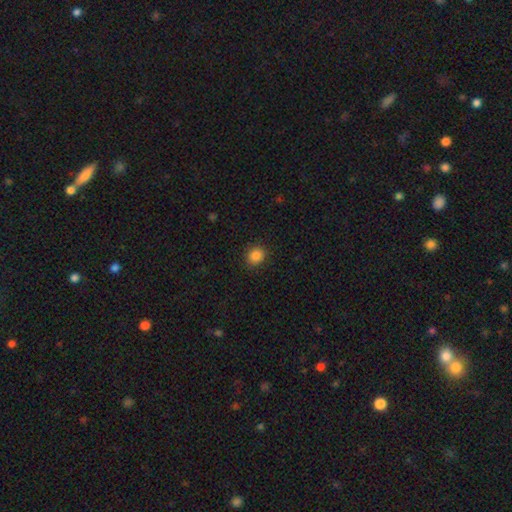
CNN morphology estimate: A smooth galaxy with no disk features (86%) that is round (71%).

Vote fractions:
- Smooth or featured? smooth: 86% / star or artifact: 11% / featured or disk: 4%
- How rounded? round: 71% / in between: 28% / cigar-shaped: 1%
- Merging? none: 90% / minor disturbance: 7% / major disturbance: 2% / merger: 1%